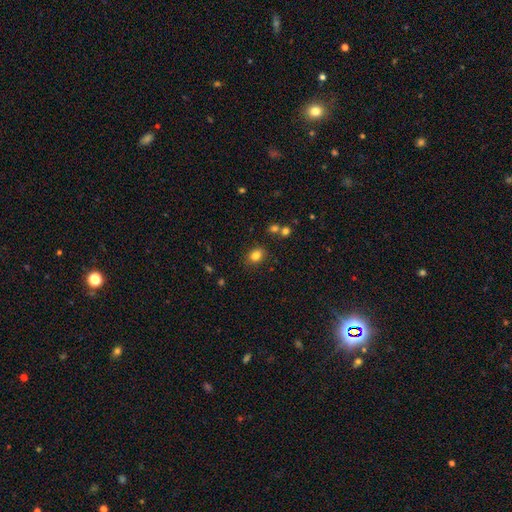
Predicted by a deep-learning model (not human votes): This is clearly a smooth galaxy (82%). How rounded: possibly in between (50%). Merging: clearly none (81%).